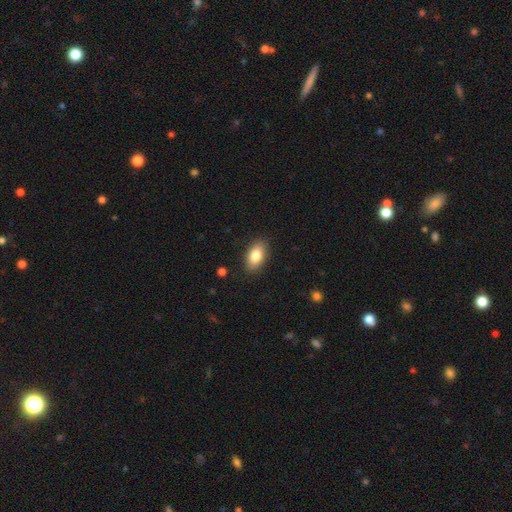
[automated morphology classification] smooth-or-featured: smooth: 83% | featured or disk: 10% | star or artifact: 7%
  how-rounded: in between: 91% | round: 5% | cigar-shaped: 4%
  merging: none: 88% | minor disturbance: 9% | major disturbance: 2% | merger: 1%